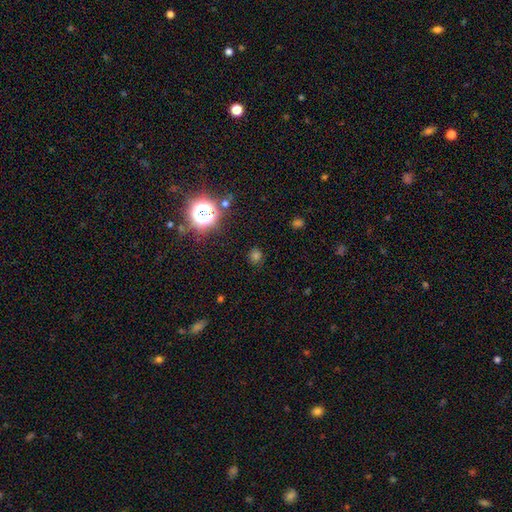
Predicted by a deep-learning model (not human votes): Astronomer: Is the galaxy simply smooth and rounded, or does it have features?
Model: smooth — 58% (runner-up: star or artifact, 36%).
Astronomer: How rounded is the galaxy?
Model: round — 87%.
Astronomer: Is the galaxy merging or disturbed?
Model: none — 86%.